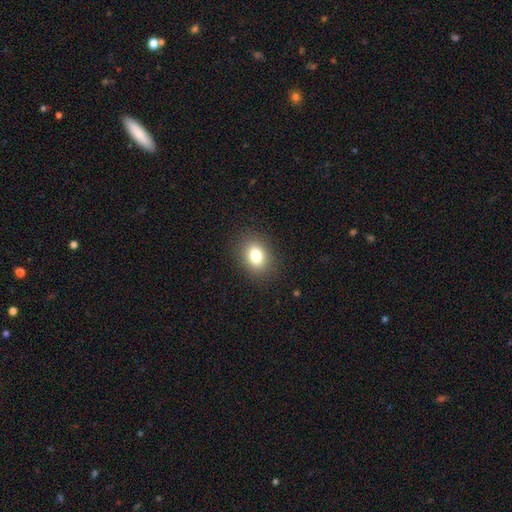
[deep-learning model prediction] A smooth galaxy with no disk features (81%) that is in between round and cigar-shaped (66%).

Vote fractions:
- Smooth or featured? smooth: 81% / star or artifact: 11% / featured or disk: 8%
- How rounded? in between: 66% / round: 33% / cigar-shaped: 1%
- Merging? none: 87% / minor disturbance: 9% / major disturbance: 3% / merger: 1%